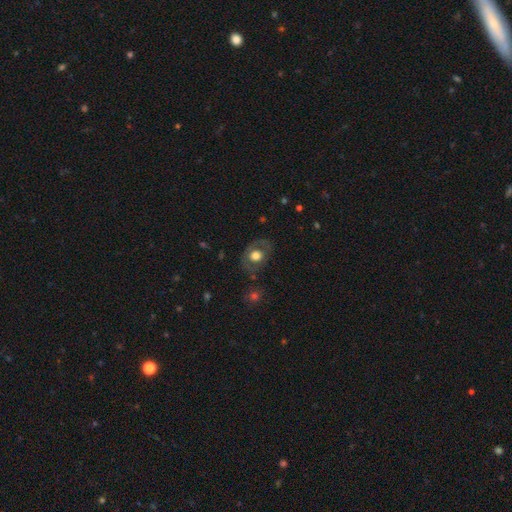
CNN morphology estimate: Smooth or featured? Predicted: smooth (p=0.53). How rounded? Predicted: round (p=0.50). Merging? Predicted: none (p=0.73).